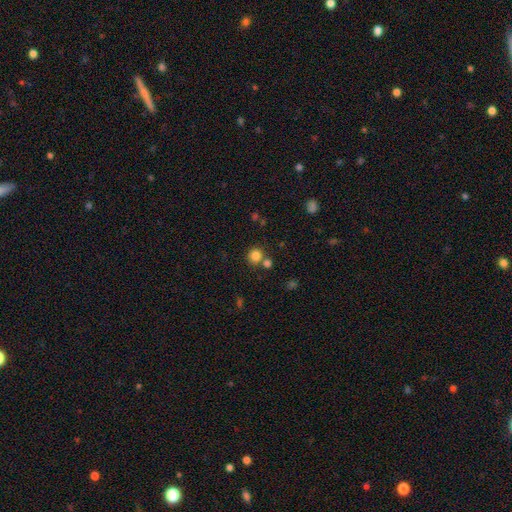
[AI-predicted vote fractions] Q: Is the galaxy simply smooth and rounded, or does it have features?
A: smooth — 82%.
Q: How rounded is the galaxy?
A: round — 88%.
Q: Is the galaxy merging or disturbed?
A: none — 69%.